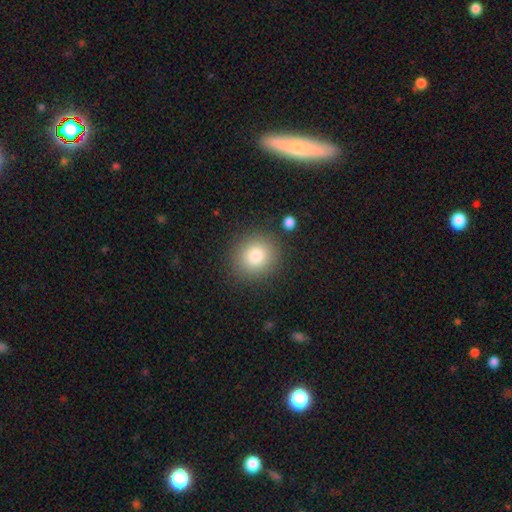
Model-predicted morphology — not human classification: smooth 81%, star or artifact 11%, featured or disk 8%. Down the decision tree: how rounded — round (87%); merging — none (87%).